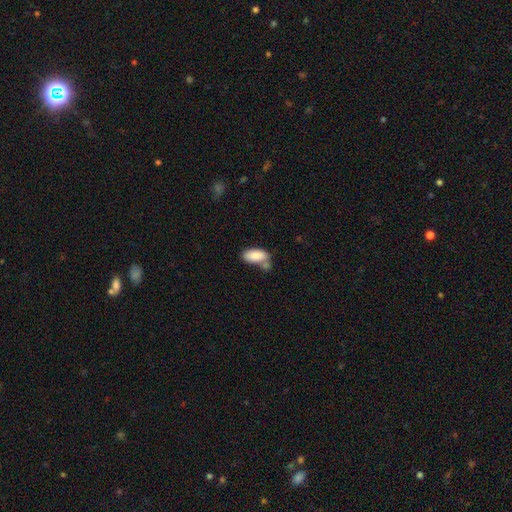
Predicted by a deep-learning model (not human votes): A smooth galaxy with no disk features (85%) that is in between round and cigar-shaped (91%). Merging: none (45%).